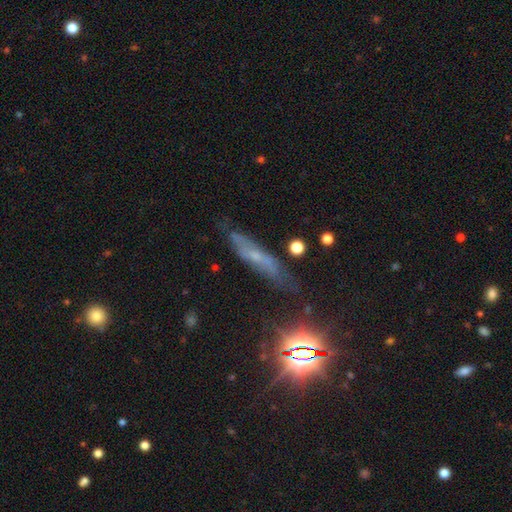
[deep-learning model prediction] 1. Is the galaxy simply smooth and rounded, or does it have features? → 45% featured or disk, 32% smooth, 23% star or artifact.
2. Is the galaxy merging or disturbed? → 65% none, 24% minor disturbance, 8% major disturbance, 3% merger.